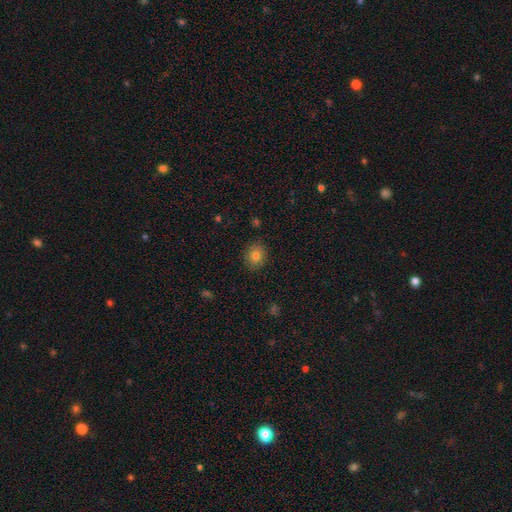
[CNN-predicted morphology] smooth-or-featured: smooth: 79% | star or artifact: 11% | featured or disk: 10%
  how-rounded: round: 72% | in between: 27% | cigar-shaped: 1%
  merging: none: 88% | minor disturbance: 8% | major disturbance: 2% | merger: 1%